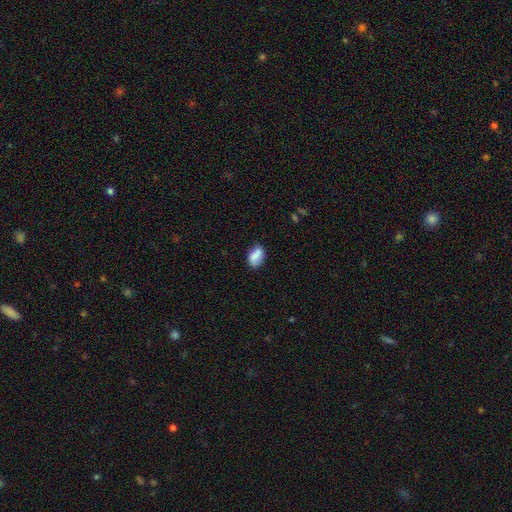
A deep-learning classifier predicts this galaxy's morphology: A smooth galaxy with no disk features (79%) that is in between round and cigar-shaped (87%).

Vote fractions:
- Smooth or featured? smooth: 79% / featured or disk: 13% / star or artifact: 8%
- How rounded? in between: 87% / round: 11% / cigar-shaped: 3%
- Merging? none: 68% / minor disturbance: 23% / major disturbance: 5% / merger: 4%